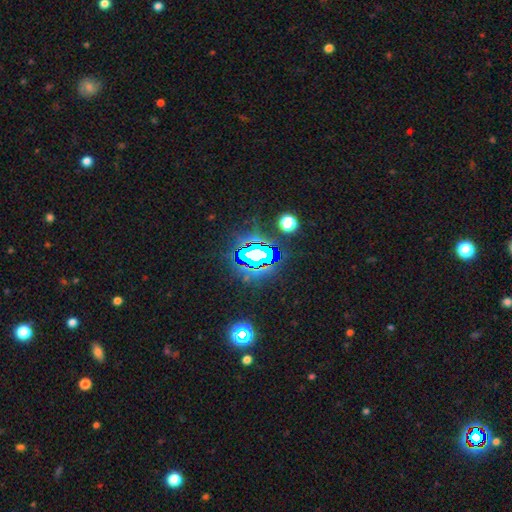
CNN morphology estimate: smooth-or-featured: star or artifact: 71% | smooth: 15% | featured or disk: 13%